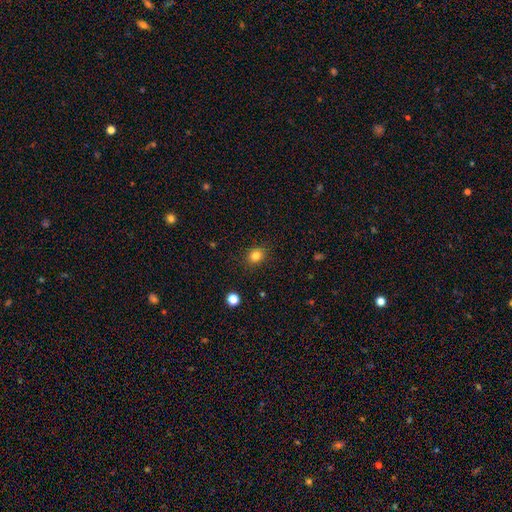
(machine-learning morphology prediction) The model was most divided on "how rounded": round: 64%, in between: 35%, cigar-shaped: 1%. More confident: merging — none (88%); smooth or featured — smooth (82%).